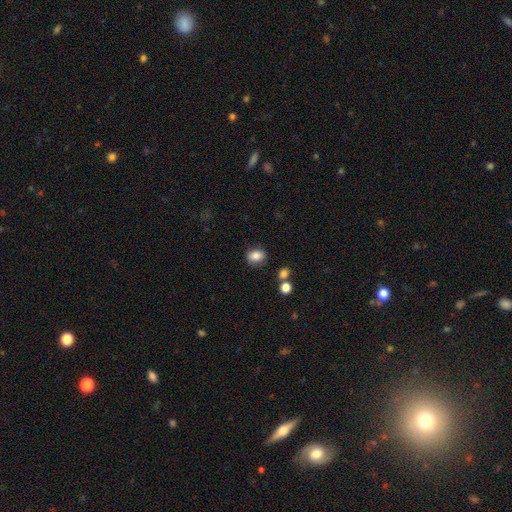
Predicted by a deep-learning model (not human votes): Smooth or featured? Predicted: smooth (p=0.84). How rounded? Predicted: in between (p=0.57). Merging? Predicted: none (p=0.81).